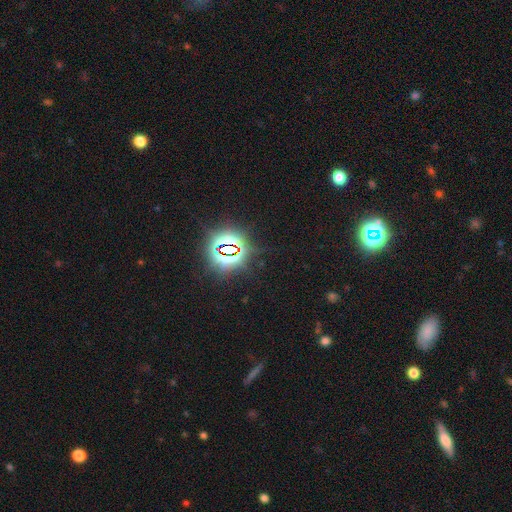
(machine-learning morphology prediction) This is clearly a star or artifact rather than a galaxy (80%).